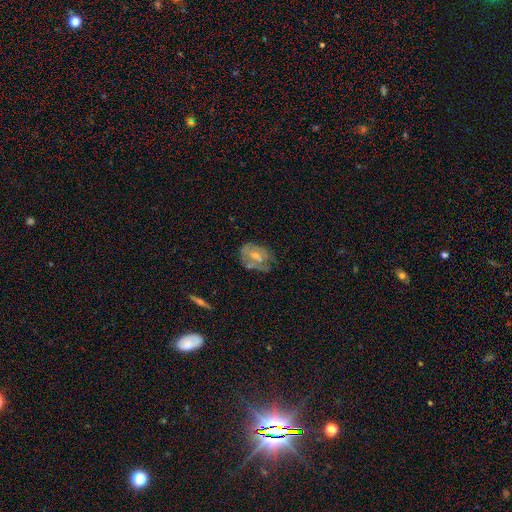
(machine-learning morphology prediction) Smooth or featured: featured or disk — 59% (smooth — 28%)
Edge-on disk: no — 95% (yes — 5%)
Bar: no — 51% (weak — 38%)
Spiral arms: yes — 59% (no — 41%)
Bulge size: moderate — 44% (tied with small — 44%)
Merging: none — 62% (minor disturbance — 22%)